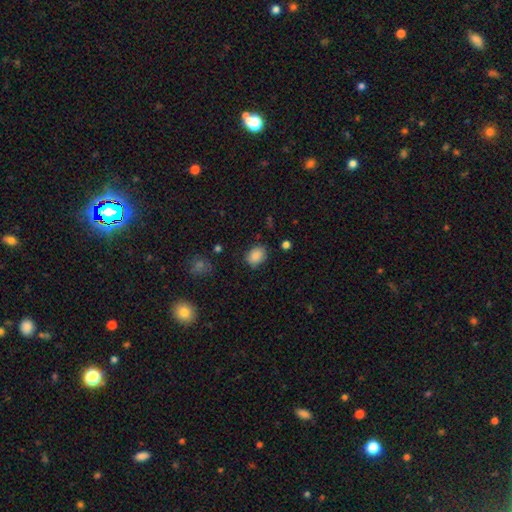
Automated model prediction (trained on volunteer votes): This is clearly a smooth galaxy (87%). How rounded: likely in between (63%). Merging: likely none (76%).